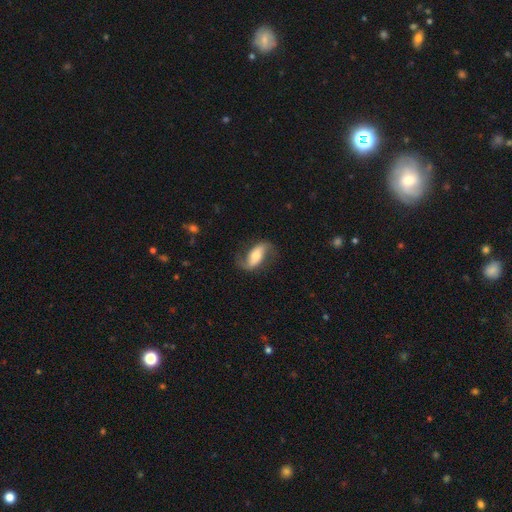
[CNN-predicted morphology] Q: Smooth or featured?
A: featured or disk (69%); runner-up: smooth (25%)
Q: Edge-on disk?
A: no (91%); runner-up: yes (9%)
Q: Bar?
A: no (35%); runner-up: strong (34%)
Q: Spiral arms?
A: yes (90%); runner-up: no (10%)
Q: Spiral winding?
A: loose (66%); runner-up: medium (25%)
Q: Spiral arm count?
A: 2 (90%); runner-up: can't tell (4%)
Q: Bulge size?
A: moderate (59%); runner-up: small (22%)
Q: Merging?
A: none (73%); runner-up: minor disturbance (17%)